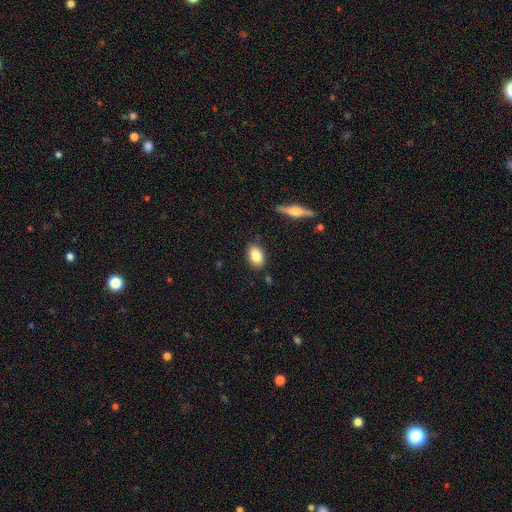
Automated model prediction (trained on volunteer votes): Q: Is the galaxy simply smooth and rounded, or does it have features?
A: smooth — 84%.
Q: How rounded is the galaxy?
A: in between — 87%.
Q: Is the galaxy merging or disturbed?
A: none — 85%.